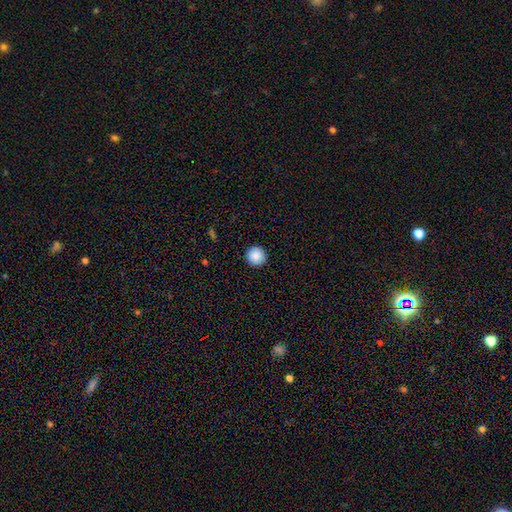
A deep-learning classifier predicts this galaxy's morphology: This is clearly a smooth galaxy (88%). How rounded: clearly round (96%). Merging: clearly none (93%).